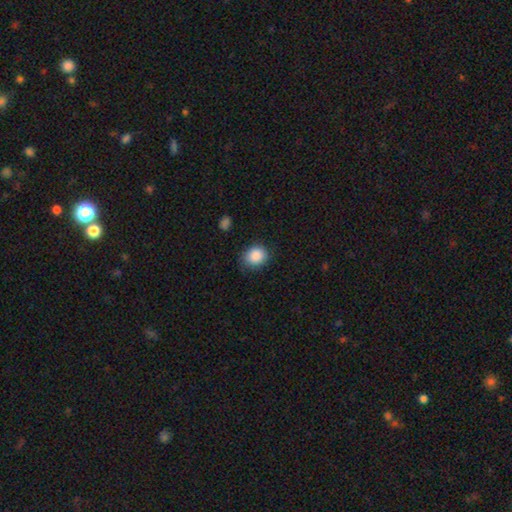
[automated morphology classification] This is clearly a smooth galaxy (88%). How rounded: likely round (65%). Merging: likely none (79%).